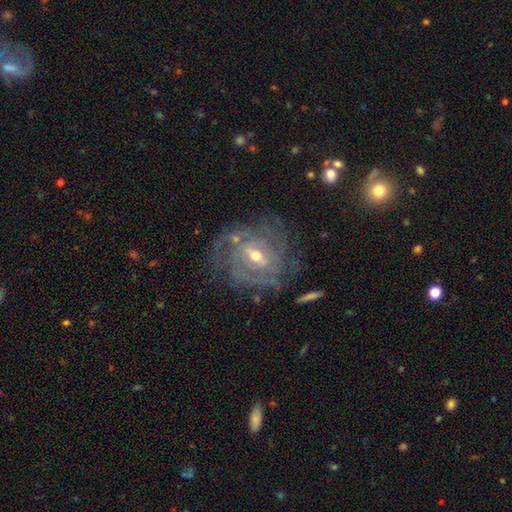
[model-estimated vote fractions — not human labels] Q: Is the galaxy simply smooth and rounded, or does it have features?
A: featured or disk — 86%.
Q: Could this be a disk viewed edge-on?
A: no — 96%.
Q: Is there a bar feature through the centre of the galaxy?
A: weak — 53%.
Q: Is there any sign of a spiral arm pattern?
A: yes — 92%.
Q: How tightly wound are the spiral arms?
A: tight — 58%.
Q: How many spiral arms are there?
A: can't tell — 40%.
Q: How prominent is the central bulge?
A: moderate — 53%.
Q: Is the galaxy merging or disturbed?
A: none — 63%.